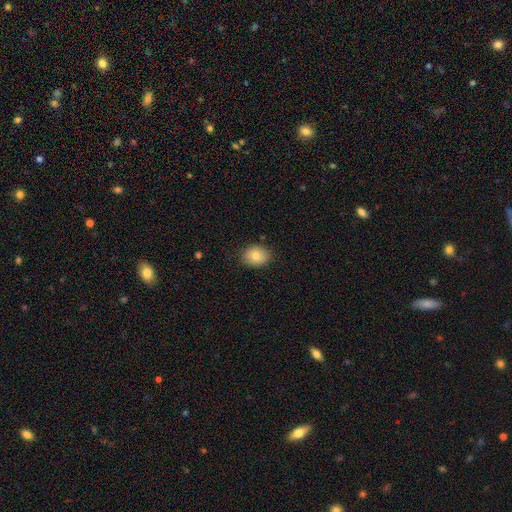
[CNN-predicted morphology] This is clearly a smooth galaxy (83%). How rounded: possibly in between (57%). Merging: clearly none (84%).